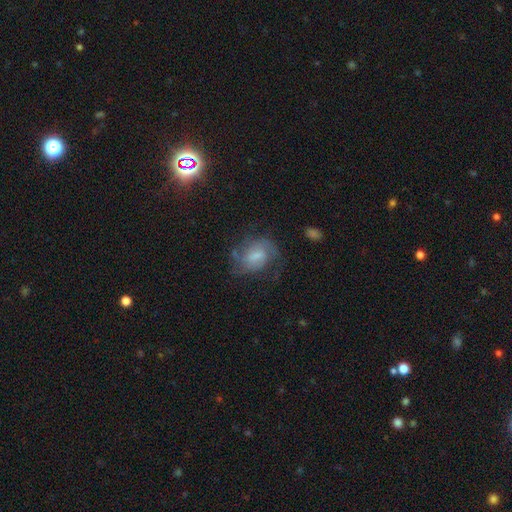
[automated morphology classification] Smooth or featured? Predicted: featured or disk (p=0.56). Edge-on disk? Predicted: no (p=0.97). Bar? Predicted: weak (p=0.50). Spiral arms? Predicted: yes (p=0.82). Bulge size? Predicted: small (p=0.35, tied with moderate). Merging? Predicted: none (p=0.52).